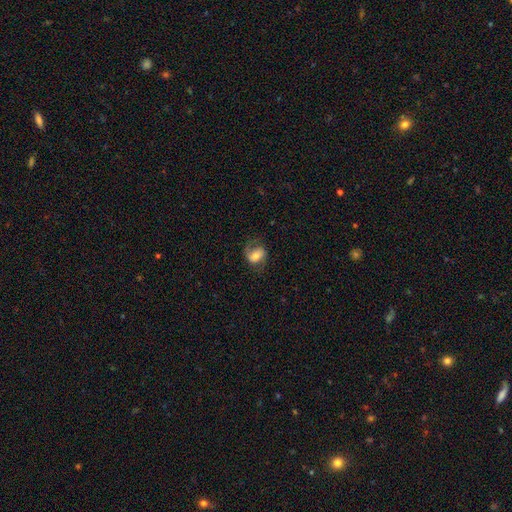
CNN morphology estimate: type=featured or disk (50%); merging=none (63%).